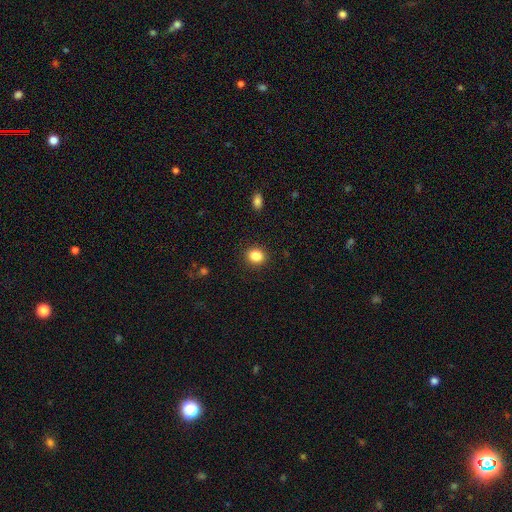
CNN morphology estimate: A smooth galaxy with no disk features (86%) that is round (65%).

Vote fractions:
- Smooth or featured? smooth: 86% / star or artifact: 10% / featured or disk: 4%
- How rounded? round: 65% / in between: 34% / cigar-shaped: 1%
- Merging? none: 90% / minor disturbance: 7% / major disturbance: 2% / merger: 1%